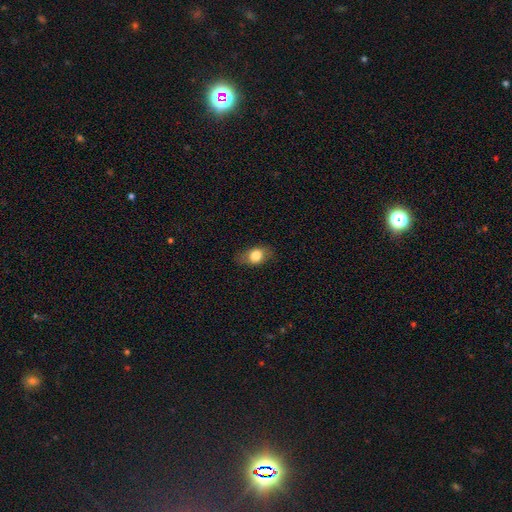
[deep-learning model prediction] Smooth or featured? smooth (77%)
How rounded? in between (76%)
Merging? none (78%)